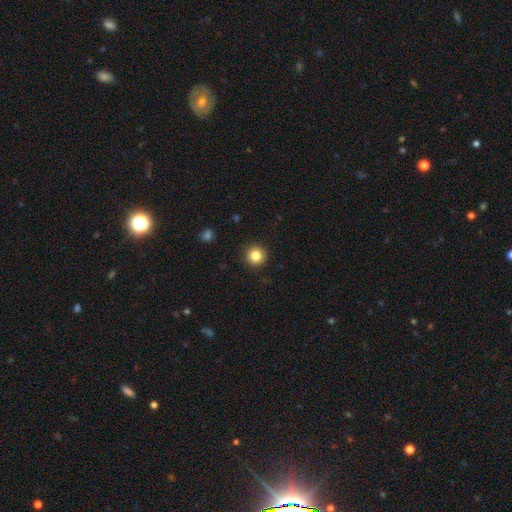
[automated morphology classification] A smooth galaxy with no disk features (83%) that is round (96%). Merging: none (93%).